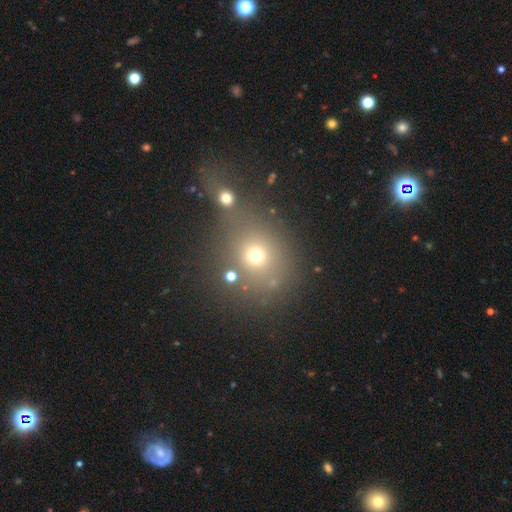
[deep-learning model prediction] Smooth or featured? smooth (66%)
How rounded? round (71%)
Merging? none (61%)